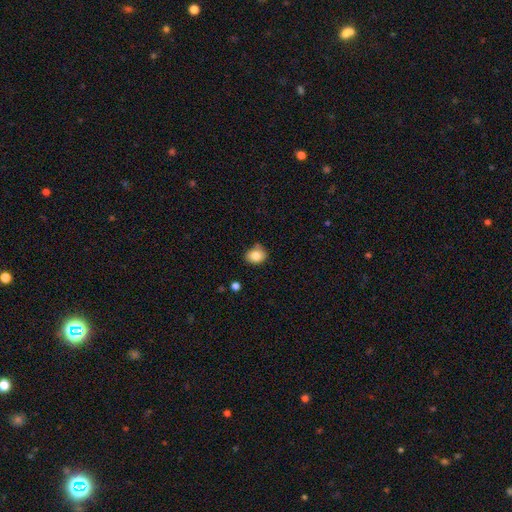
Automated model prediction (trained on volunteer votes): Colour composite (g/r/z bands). It shows a smooth galaxy with no disk features (82%) that is round (58%). Merging: none (68%).